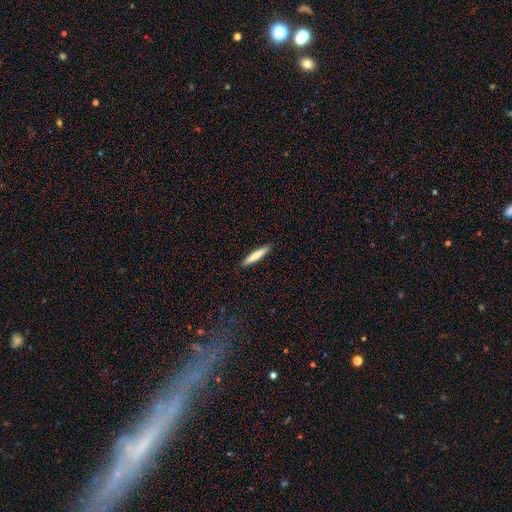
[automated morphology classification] smooth_or_featured: smooth (p=0.76) [alt: featured or disk p=0.19]
how_rounded: cigar-shaped (p=0.93) [alt: in between p=0.06]
merging: none (p=0.91) [alt: minor disturbance p=0.07]